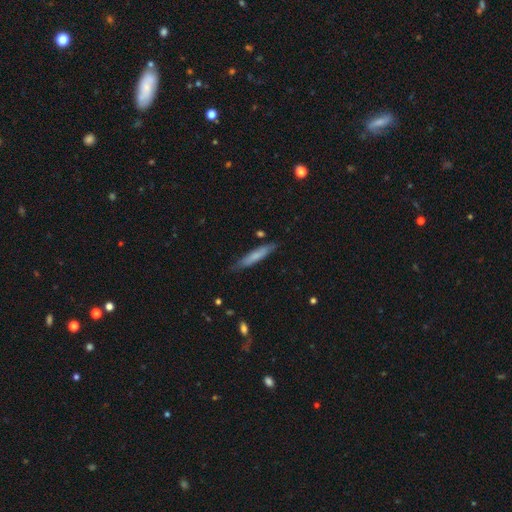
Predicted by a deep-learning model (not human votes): Overall: smooth (69%). How rounded: cigar-shaped (91%). Merging: none (79%).